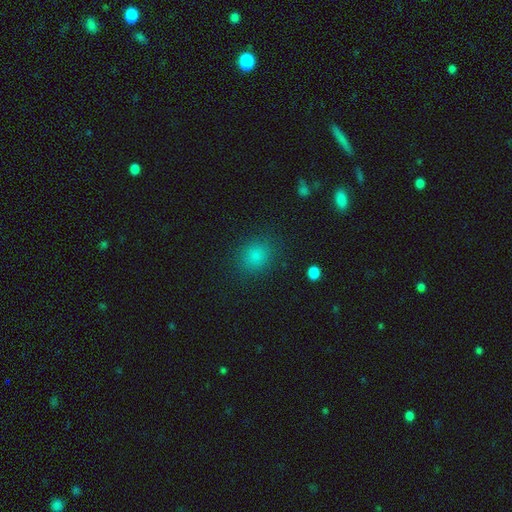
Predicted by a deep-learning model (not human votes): This is likely a smooth galaxy (80%). How rounded: likely round (68%). Merging: clearly none (85%).